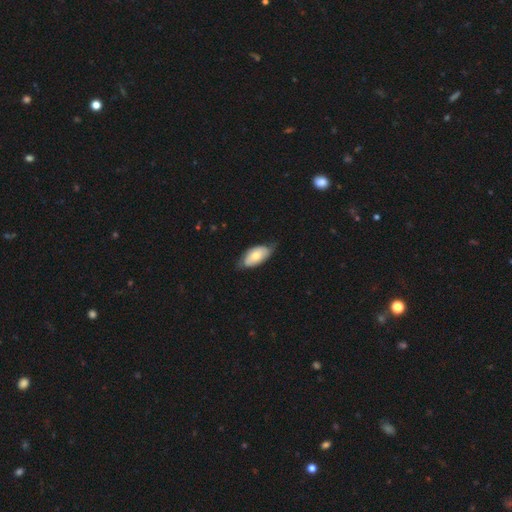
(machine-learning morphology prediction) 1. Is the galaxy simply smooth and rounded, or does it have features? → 65% smooth, 30% featured or disk, 6% star or artifact.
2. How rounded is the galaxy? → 93% in between, 4% cigar-shaped, 3% round.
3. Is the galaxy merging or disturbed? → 64% none, 29% minor disturbance, 5% major disturbance, 1% merger.